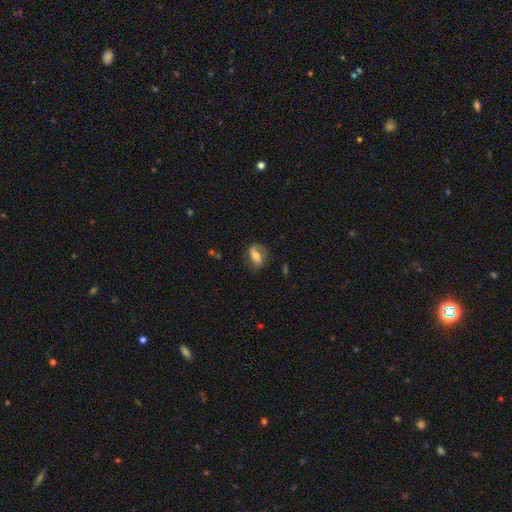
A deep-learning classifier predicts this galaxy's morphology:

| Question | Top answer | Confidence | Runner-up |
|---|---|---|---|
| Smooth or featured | featured or disk | 48% | smooth (44%) |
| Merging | none | 70% | minor disturbance (20%) |